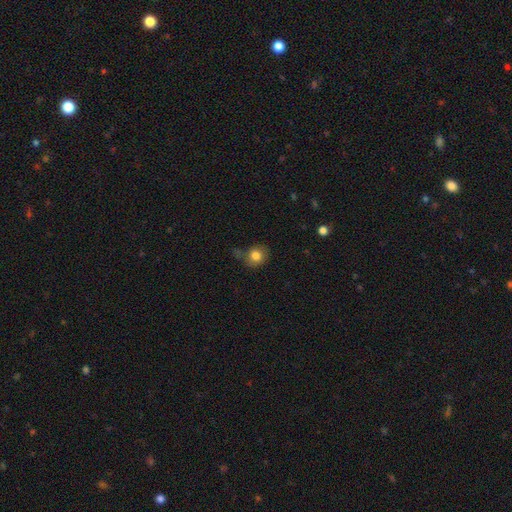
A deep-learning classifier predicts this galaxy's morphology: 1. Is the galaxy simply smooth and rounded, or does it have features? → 82% smooth, 10% star or artifact, 9% featured or disk.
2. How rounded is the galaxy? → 79% round, 20% in between, 1% cigar-shaped.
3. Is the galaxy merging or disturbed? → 58% none, 23% minor disturbance, 10% major disturbance, 9% merger.